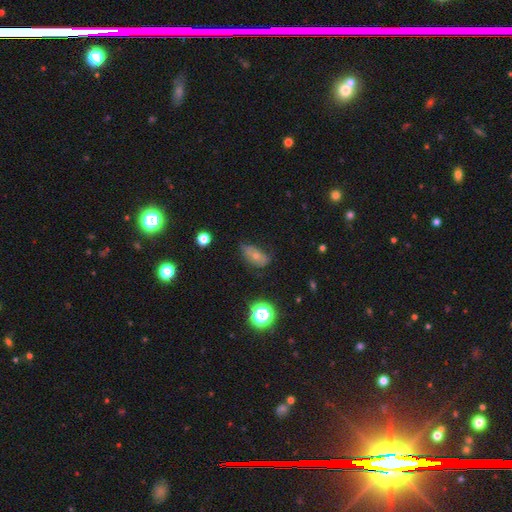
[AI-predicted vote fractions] Morphology: type=smooth (57%); roundness=in between (85%); merging=none (43%).